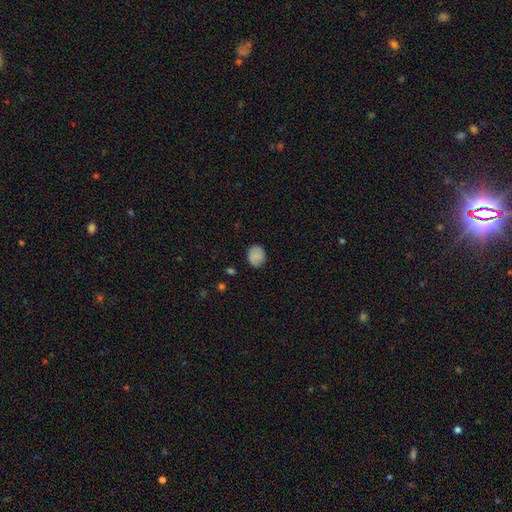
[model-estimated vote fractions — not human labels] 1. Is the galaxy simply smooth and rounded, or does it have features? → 83% smooth, 9% star or artifact, 8% featured or disk.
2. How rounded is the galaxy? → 67% round, 33% in between, 1% cigar-shaped.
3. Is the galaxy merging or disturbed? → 82% none, 14% minor disturbance, 3% major disturbance, 1% merger.